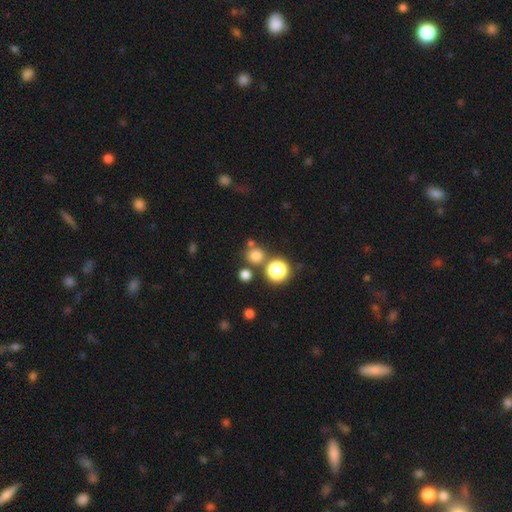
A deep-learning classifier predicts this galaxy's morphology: A smooth galaxy with no disk features (73%) that is round (91%). Merging: none (73%).